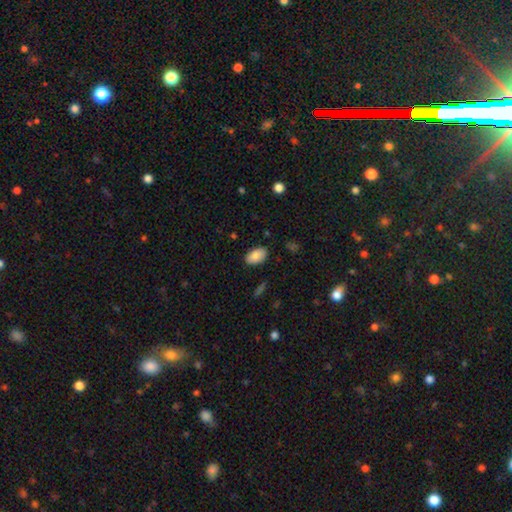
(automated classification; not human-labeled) This is clearly a smooth galaxy (87%). How rounded: clearly in between (93%). Merging: clearly none (85%).